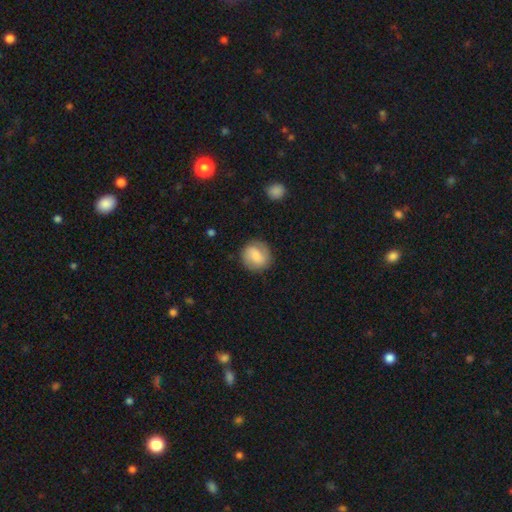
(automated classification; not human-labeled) This appears to be a smooth galaxy with no disk features (55%) that is round (83%). Merging: none (82%).